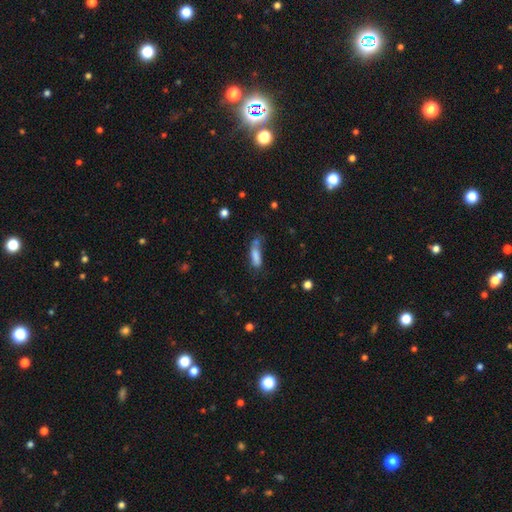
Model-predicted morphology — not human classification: Overall: smooth (79%). How rounded: in between (49%; cigar-shaped 48%). Merging: none (42%; minor disturbance 27%).